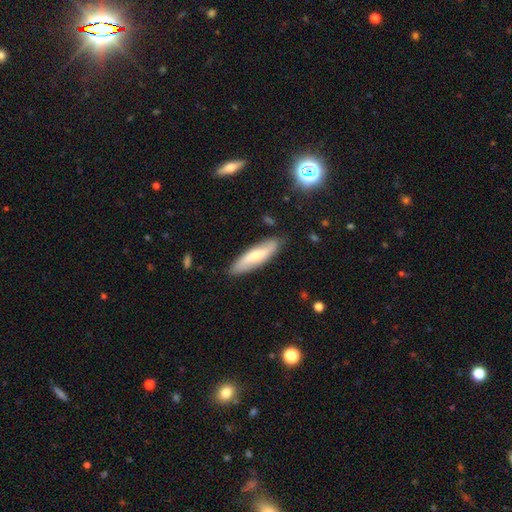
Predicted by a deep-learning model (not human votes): smooth_or_featured: smooth (p=0.51) [alt: featured or disk p=0.44]
how_rounded: cigar-shaped (p=0.60) [alt: in between p=0.38]
merging: none (p=0.85) [alt: minor disturbance p=0.11]